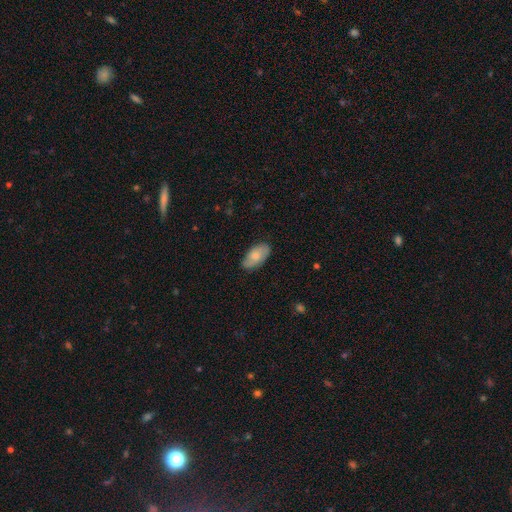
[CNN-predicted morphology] The model was most divided on "smooth or featured": smooth: 68%, featured or disk: 26%, star or artifact: 6%. More confident: how rounded — in between (94%); merging — none (78%).